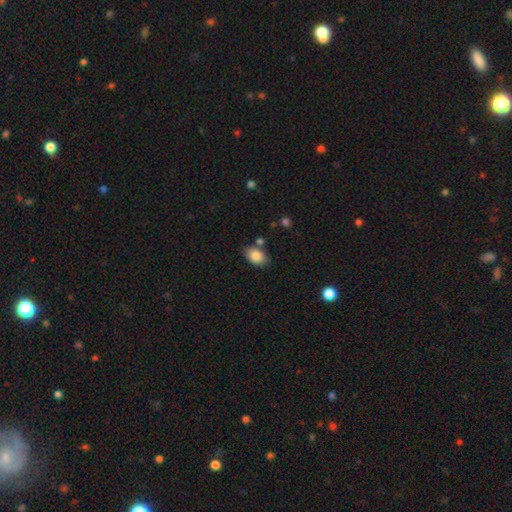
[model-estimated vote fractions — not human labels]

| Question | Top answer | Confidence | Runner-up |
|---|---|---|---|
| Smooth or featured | smooth | 86% | star or artifact (8%) |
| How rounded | in between | 85% | round (13%) |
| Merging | none | 75% | minor disturbance (14%) |